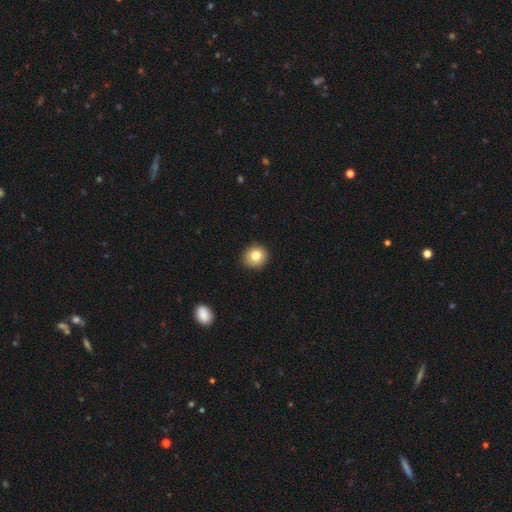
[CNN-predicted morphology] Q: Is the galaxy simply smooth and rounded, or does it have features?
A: smooth — 80%.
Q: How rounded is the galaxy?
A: round — 89%.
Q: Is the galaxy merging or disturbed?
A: none — 92%.